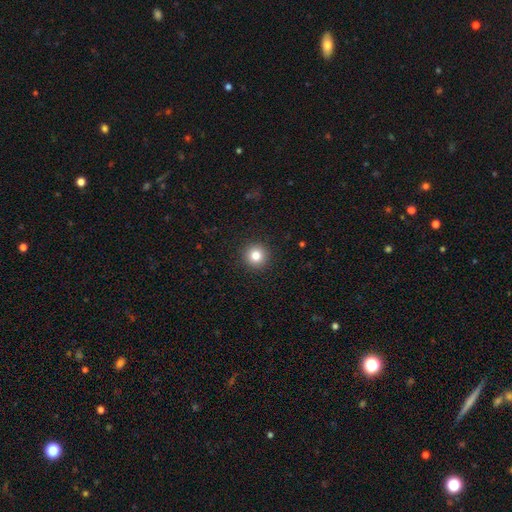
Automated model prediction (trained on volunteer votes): smooth-or-featured: smooth: 82% | star or artifact: 12% | featured or disk: 7%
  how-rounded: round: 95% | in between: 4% | cigar-shaped: 1%
  merging: none: 93% | minor disturbance: 5% | major disturbance: 2% | merger: 1%